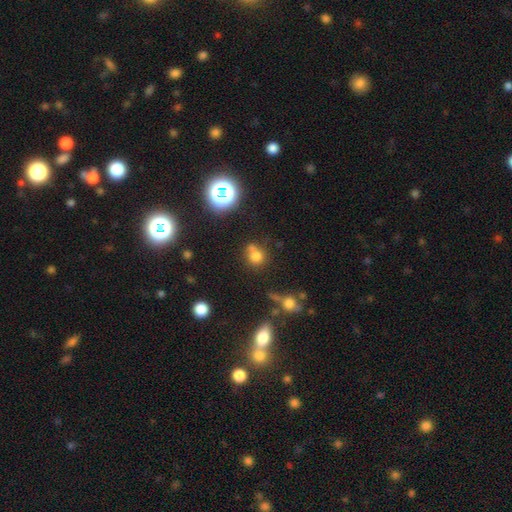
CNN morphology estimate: A smooth galaxy with no disk features (71%) that is round (81%).

Vote fractions:
- Smooth or featured? smooth: 71% / star or artifact: 19% / featured or disk: 10%
- How rounded? round: 81% / in between: 18% / cigar-shaped: 1%
- Merging? none: 51% / merger: 31% / minor disturbance: 12% / major disturbance: 5%